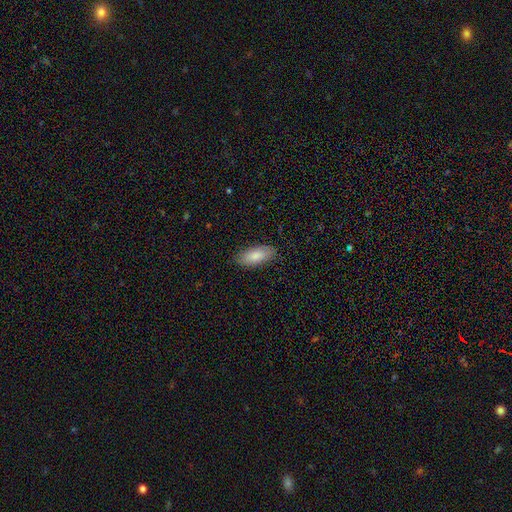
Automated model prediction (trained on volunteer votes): smooth_or_featured: smooth (p=0.85) [alt: featured or disk p=0.09]
how_rounded: in between (p=0.84) [alt: cigar-shaped p=0.14]
merging: none (p=0.86) [alt: minor disturbance p=0.11]